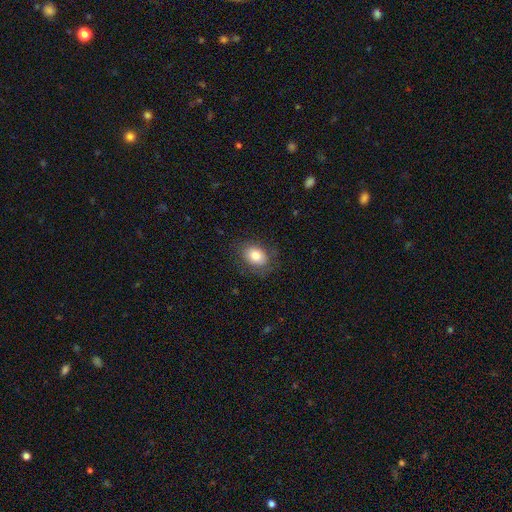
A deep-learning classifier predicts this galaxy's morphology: Smooth or featured?
  - smooth: 80% *
  - featured or disk: 11%
  - star or artifact: 9%
How rounded?
  - in between: 67% *
  - round: 32%
  - cigar-shaped: 1%
Merging?
  - none: 79% *
  - minor disturbance: 15%
  - major disturbance: 6%
  - merger: 1%